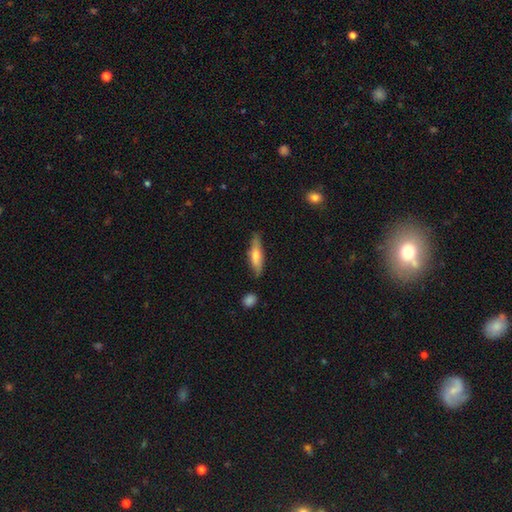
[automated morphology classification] This is possibly a smooth galaxy (58%). How rounded: likely cigar-shaped (72%). Merging: likely none (76%).